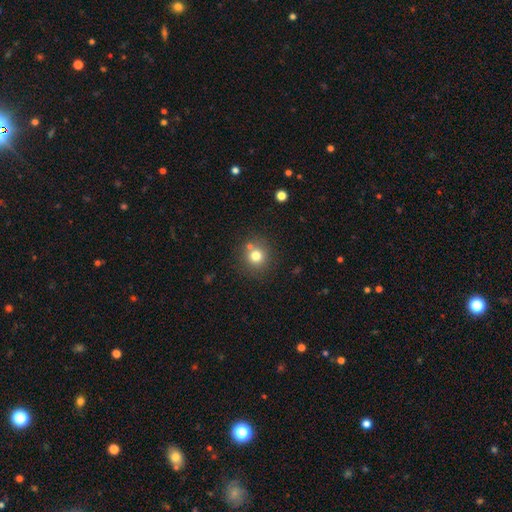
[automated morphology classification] Smooth or featured? Predicted: smooth (p=0.76). How rounded? Predicted: round (p=0.91). Merging? Predicted: none (p=0.76).